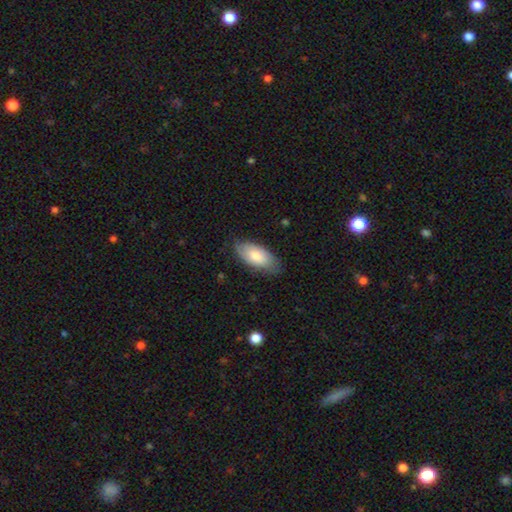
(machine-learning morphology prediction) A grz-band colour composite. It shows a smooth galaxy with no disk features (75%) that is in between round and cigar-shaped (91%). Merging: none (75%).